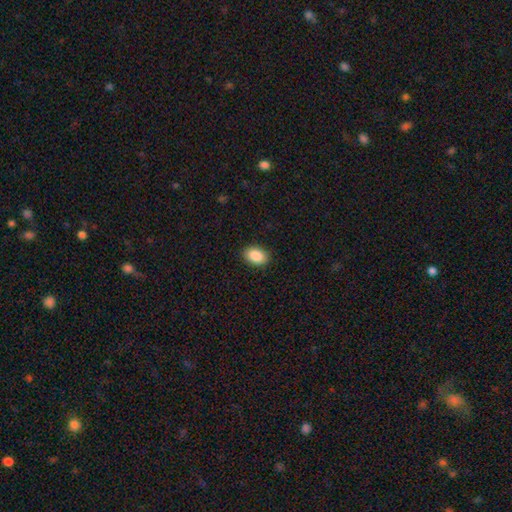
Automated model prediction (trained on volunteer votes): smooth_or_featured: smooth (p=0.89) [alt: star or artifact p=0.07]
how_rounded: in between (p=0.88) [alt: round p=0.11]
merging: none (p=0.90) [alt: minor disturbance p=0.08]